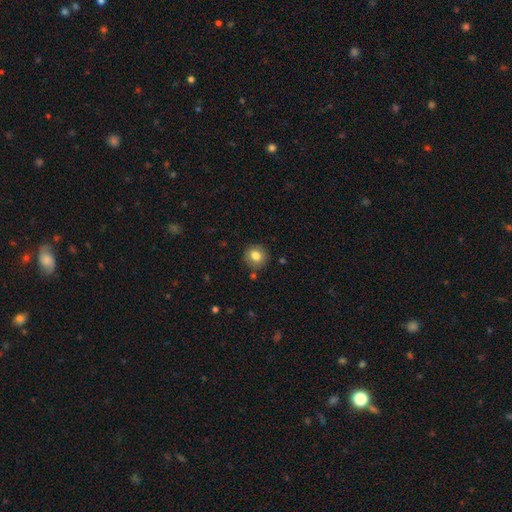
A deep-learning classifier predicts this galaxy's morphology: The model was most divided on "smooth or featured": smooth: 81%, star or artifact: 10%, featured or disk: 9%. More confident: how rounded — round (90%); merging — none (86%).